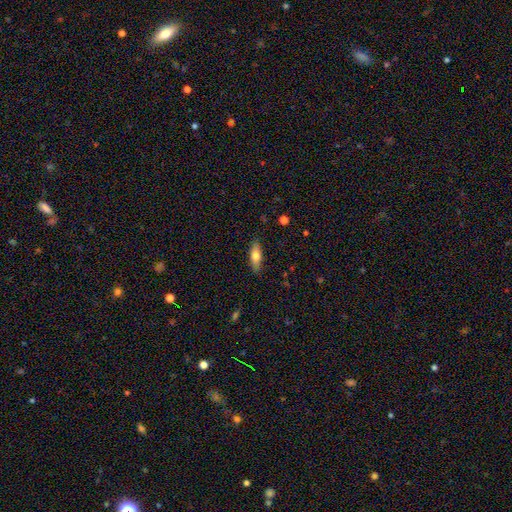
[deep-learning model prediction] Smooth or featured? smooth (66%)
How rounded? in between (57%)
Merging? none (86%)